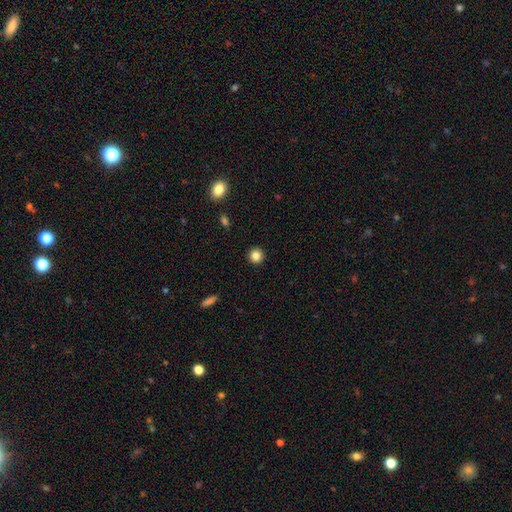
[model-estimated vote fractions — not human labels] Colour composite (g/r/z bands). It shows a smooth galaxy with no disk features (84%) that is round (94%). Merging: none (92%).